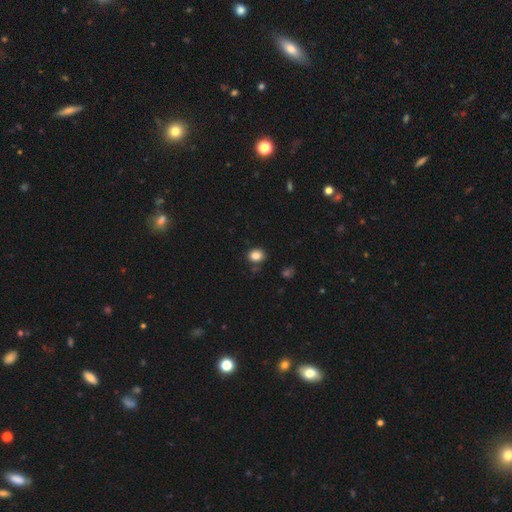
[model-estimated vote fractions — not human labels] Smooth or featured? Predicted: smooth (p=0.85). How rounded? Predicted: round (p=0.56). Merging? Predicted: none (p=0.81).